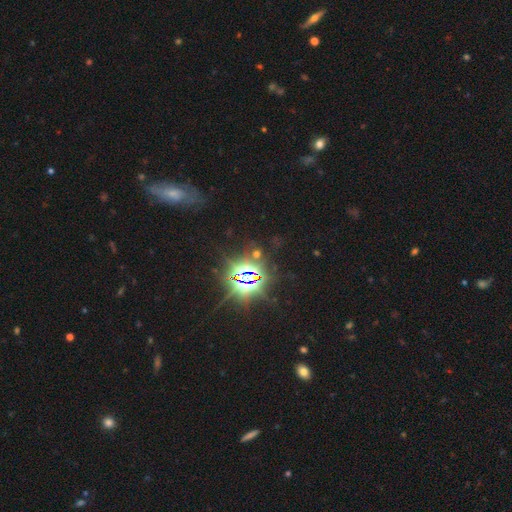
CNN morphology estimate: This appears to be a star or artifact, not a galaxy (84%).